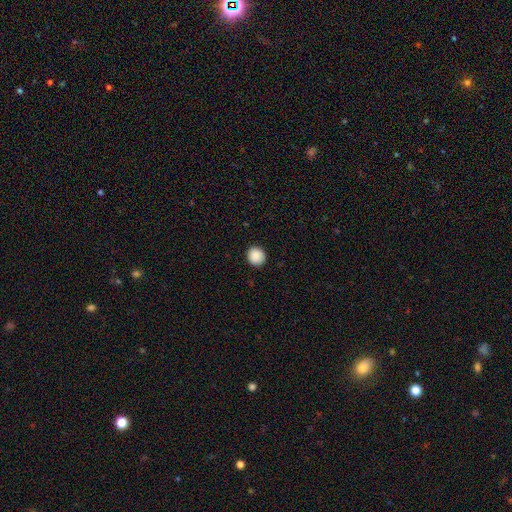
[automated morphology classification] type=smooth (89%); roundness=round (91%); merging=none (92%).